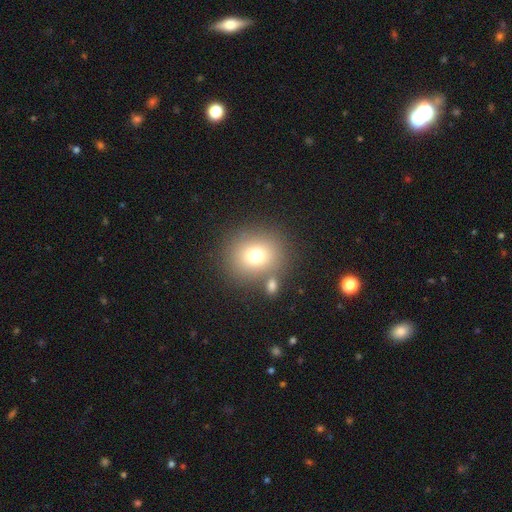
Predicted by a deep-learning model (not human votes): This is likely a smooth galaxy (74%). How rounded: likely round (79%). Merging: likely none (74%).